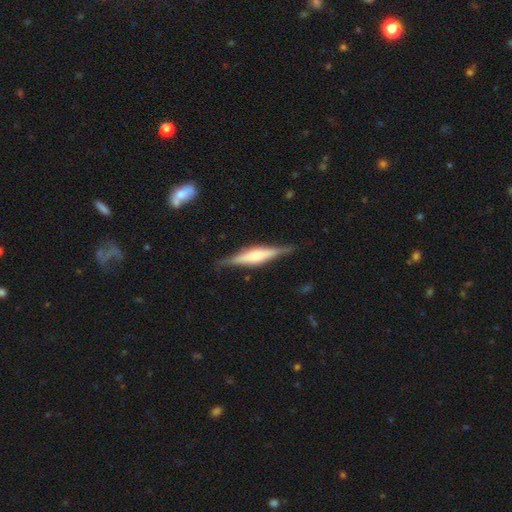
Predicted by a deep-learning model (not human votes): Smooth or featured: featured or disk — 69% (smooth — 25%)
Edge-on disk: yes — 97% (no — 3%)
Edge-on bulge: rounded — 54% (boxy — 39%)
Merging: none — 84% (minor disturbance — 11%)